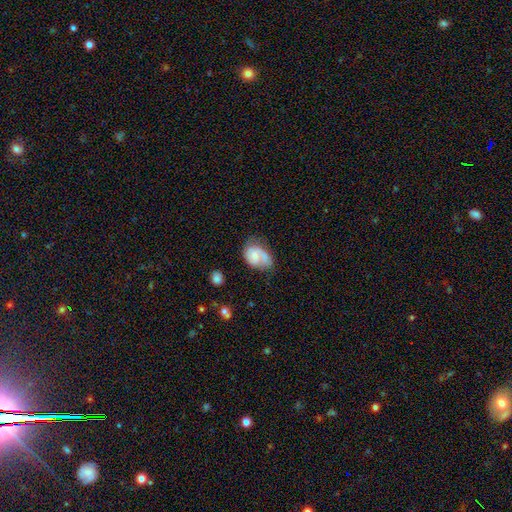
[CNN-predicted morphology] Smooth or featured? Predicted: featured or disk (p=0.50). Merging? Predicted: none (p=0.45).